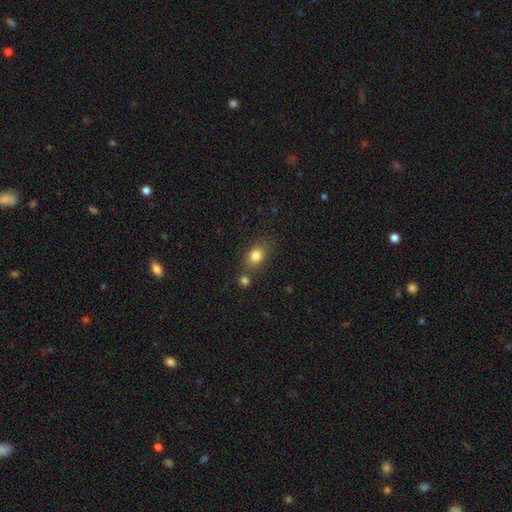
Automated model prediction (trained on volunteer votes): A smooth galaxy with no disk features (82%) that is in between round and cigar-shaped (66%). Merging: none (67%).